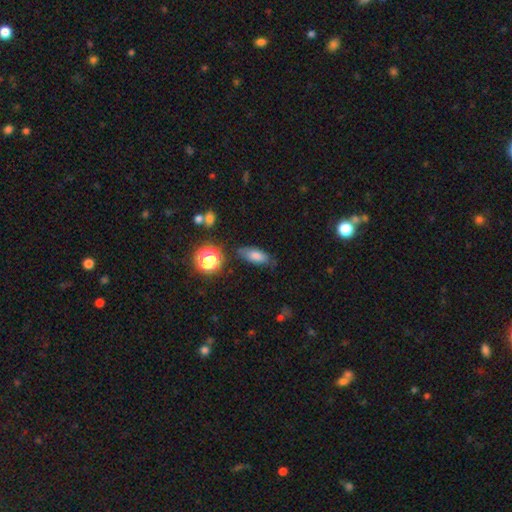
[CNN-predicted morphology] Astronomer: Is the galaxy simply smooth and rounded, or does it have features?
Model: smooth — 74%.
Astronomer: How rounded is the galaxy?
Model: in between — 78%.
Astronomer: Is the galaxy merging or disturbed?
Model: none — 73%.